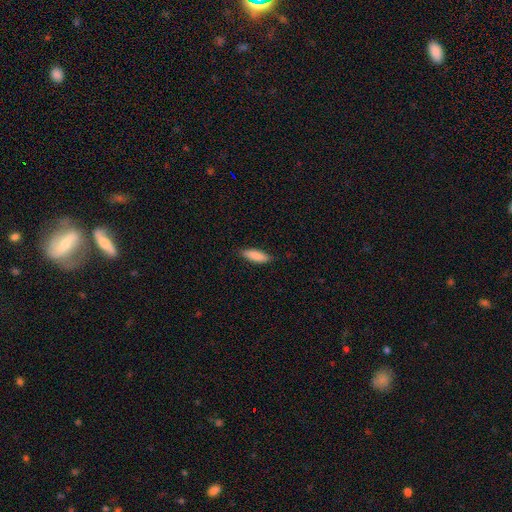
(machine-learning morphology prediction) A smooth galaxy with no disk features (87%) that is in between round and cigar-shaped (51%). Merging: none (85%).